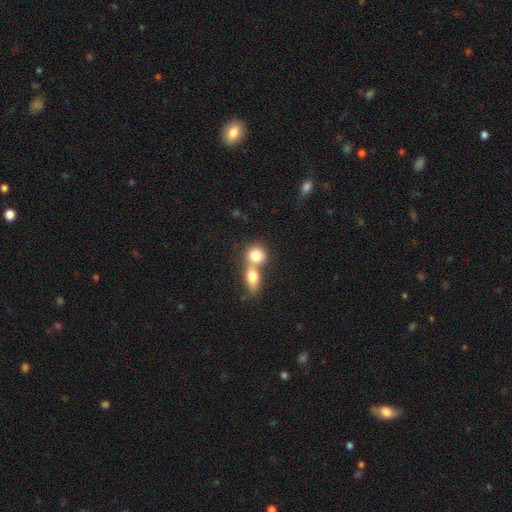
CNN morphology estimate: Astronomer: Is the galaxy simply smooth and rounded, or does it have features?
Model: smooth — 78%.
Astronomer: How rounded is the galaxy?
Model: round — 63%.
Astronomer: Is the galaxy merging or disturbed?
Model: merger — 66%.